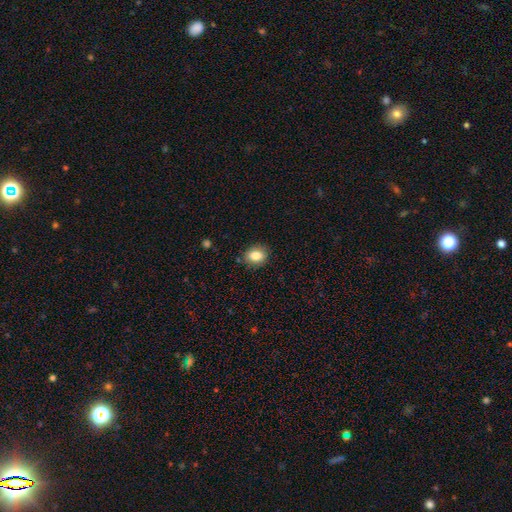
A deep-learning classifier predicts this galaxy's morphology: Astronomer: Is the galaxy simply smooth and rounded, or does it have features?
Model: smooth — 83%.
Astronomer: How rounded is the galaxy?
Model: in between — 52% (runner-up: round, 47%).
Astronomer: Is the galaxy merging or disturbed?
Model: none — 85%.